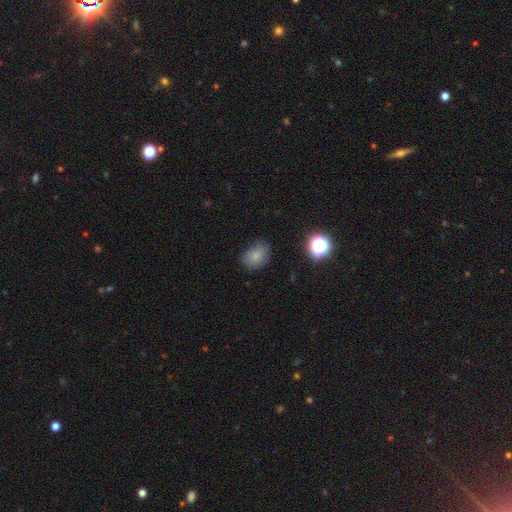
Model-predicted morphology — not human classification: smooth 77%, star or artifact 13%, featured or disk 9%. Down the decision tree: how rounded — in between (68%); merging — none (71%).